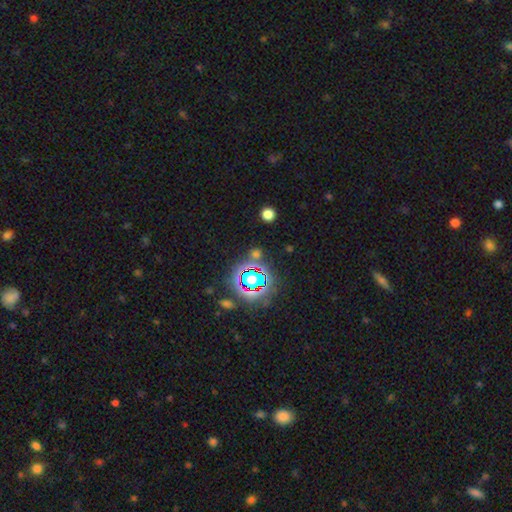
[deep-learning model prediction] star or artifact 72%, smooth 19%, featured or disk 9%.